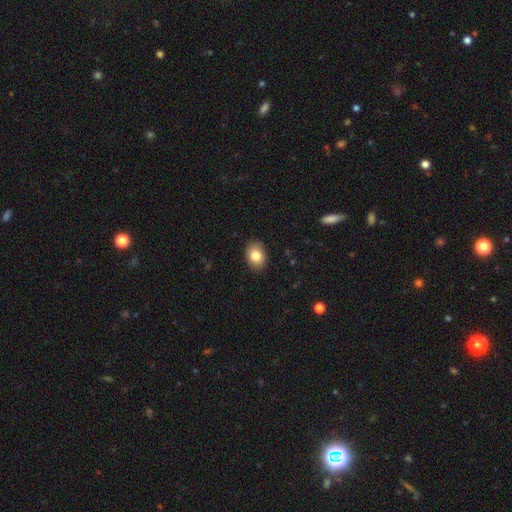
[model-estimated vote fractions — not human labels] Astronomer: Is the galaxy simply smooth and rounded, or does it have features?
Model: smooth — 82%.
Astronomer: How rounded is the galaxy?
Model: in between — 71%.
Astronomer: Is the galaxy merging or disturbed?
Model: none — 87%.